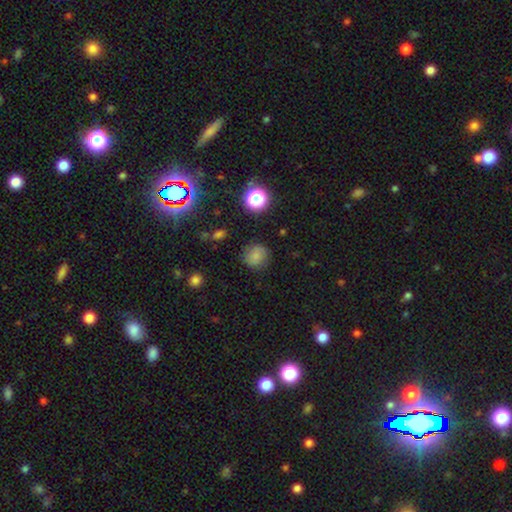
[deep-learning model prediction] smooth_or_featured: smooth (p=0.76) [alt: star or artifact p=0.16]
how_rounded: round (p=0.82) [alt: in between p=0.17]
merging: none (p=0.80) [alt: minor disturbance p=0.14]